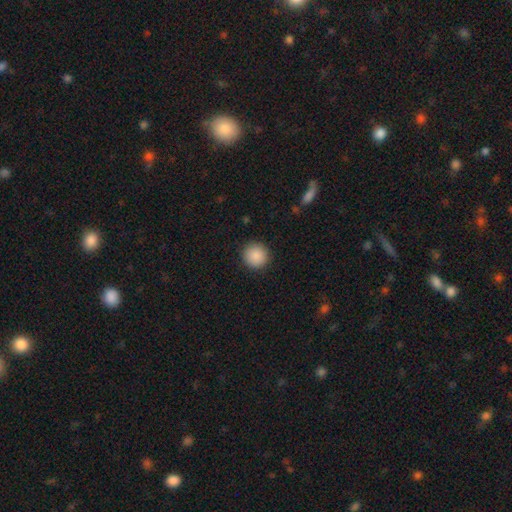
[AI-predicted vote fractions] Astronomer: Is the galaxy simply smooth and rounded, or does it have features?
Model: smooth — 89%.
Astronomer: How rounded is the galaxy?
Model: round — 95%.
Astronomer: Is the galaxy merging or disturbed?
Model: none — 92%.